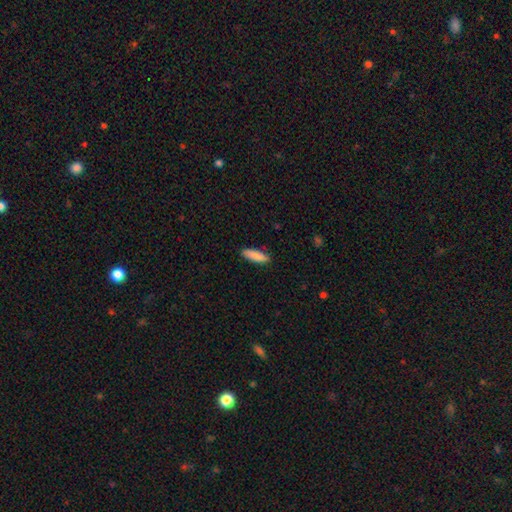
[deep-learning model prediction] This is clearly a smooth galaxy (88%). How rounded: possibly in between (49%, tied with cigar-shaped). Merging: clearly none (88%).